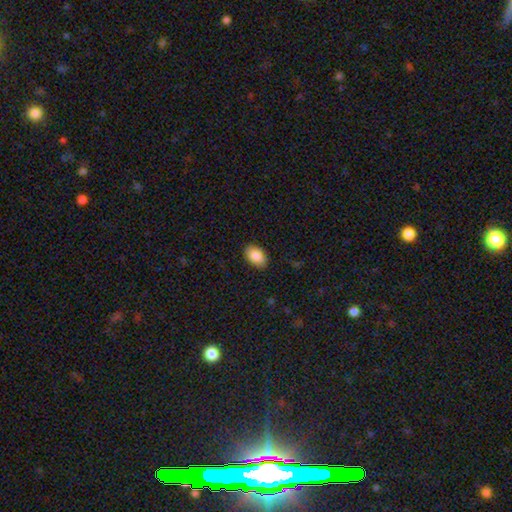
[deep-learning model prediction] This is clearly a smooth galaxy (88%). How rounded: clearly in between (91%). Merging: clearly none (88%).